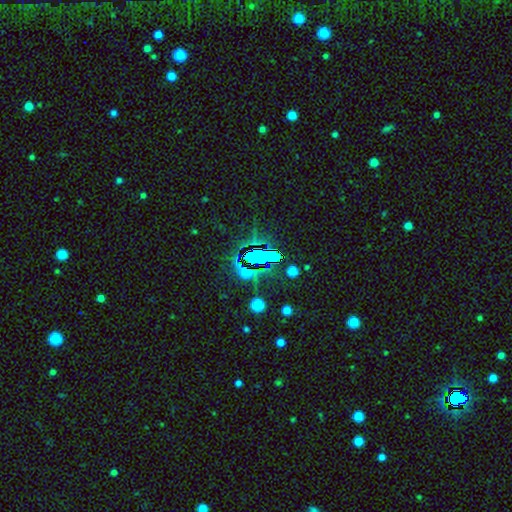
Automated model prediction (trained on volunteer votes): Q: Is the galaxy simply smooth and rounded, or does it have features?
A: star or artifact — 65%.